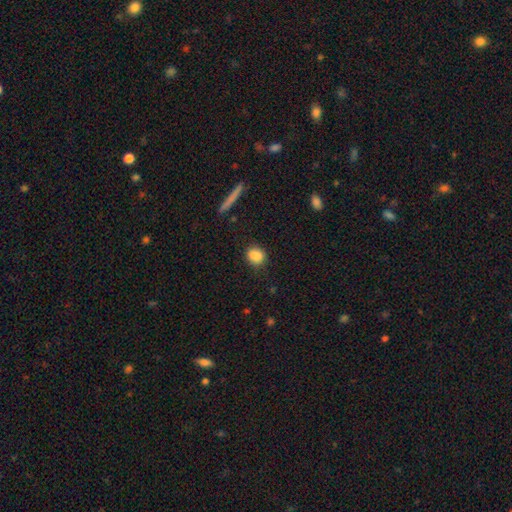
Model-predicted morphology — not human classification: Smooth or featured? smooth (84%)
How rounded? round (56%)
Merging? none (72%)